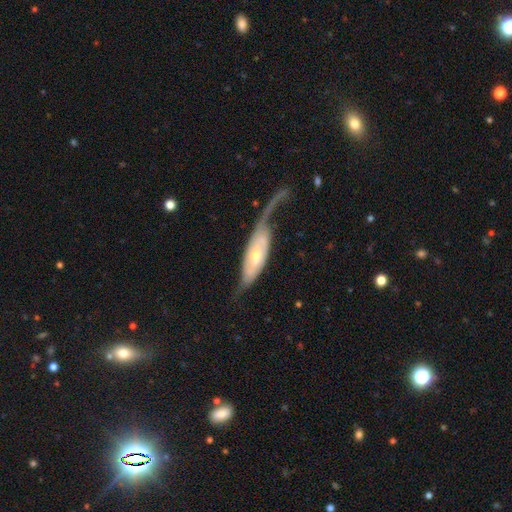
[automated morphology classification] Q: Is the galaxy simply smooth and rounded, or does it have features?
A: featured or disk — 68%.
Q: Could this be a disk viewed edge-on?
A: no — 80%.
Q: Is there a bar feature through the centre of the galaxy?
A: no — 58%.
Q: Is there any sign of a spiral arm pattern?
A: yes — 76%.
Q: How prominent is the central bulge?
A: moderate — 55%.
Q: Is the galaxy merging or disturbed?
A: major disturbance — 46%.